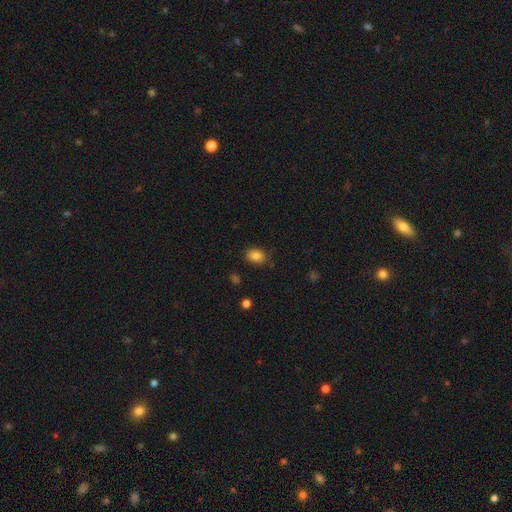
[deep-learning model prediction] smooth_or_featured: smooth (p=0.84) [alt: star or artifact p=0.10]
how_rounded: in between (p=0.76) [alt: round p=0.22]
merging: none (p=0.82) [alt: minor disturbance p=0.14]